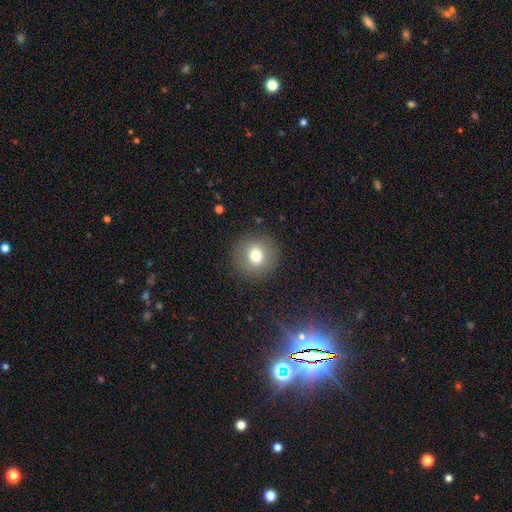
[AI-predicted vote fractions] Morphology: type=smooth (74%); roundness=round (91%); merging=none (88%).